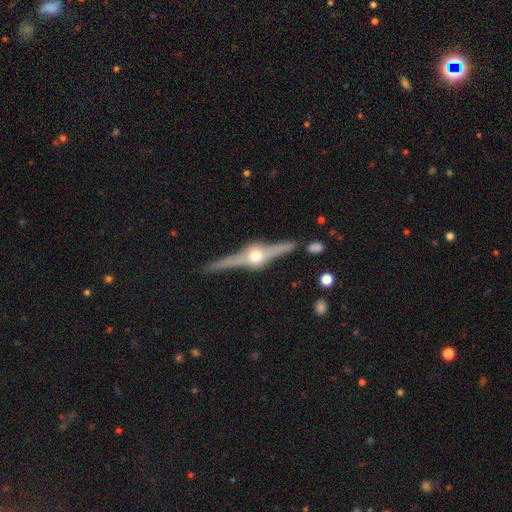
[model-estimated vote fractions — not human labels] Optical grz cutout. It shows a featured or disk galaxy (86%) viewed edge-on (98%) with a rounded central bulge (96%). Merging: none (87%).